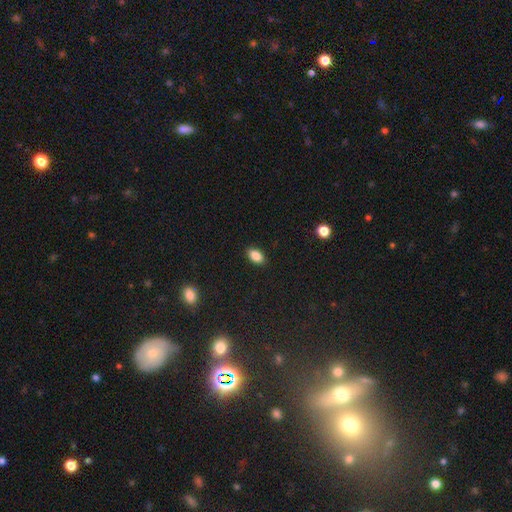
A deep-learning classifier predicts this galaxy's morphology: Smooth or featured? Predicted: smooth (p=0.87). How rounded? Predicted: in between (p=0.91). Merging? Predicted: none (p=0.89).